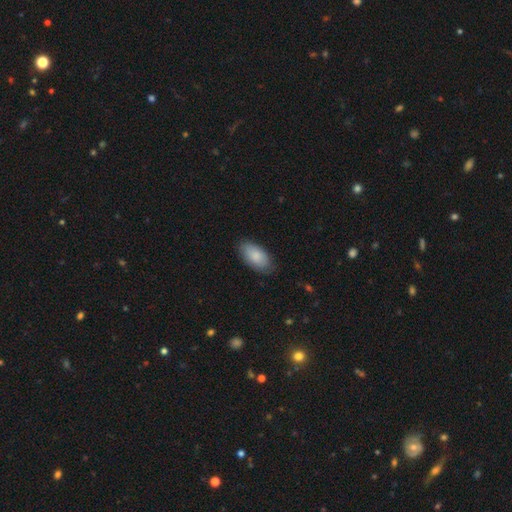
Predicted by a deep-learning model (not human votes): Smooth or featured?
  - smooth: 84% *
  - featured or disk: 10%
  - star or artifact: 6%
How rounded?
  - in between: 95% *
  - cigar-shaped: 3%
  - round: 3%
Merging?
  - none: 78% *
  - minor disturbance: 18%
  - major disturbance: 3%
  - merger: 1%